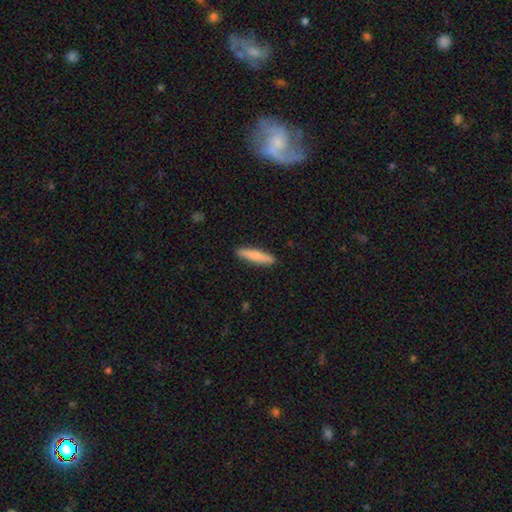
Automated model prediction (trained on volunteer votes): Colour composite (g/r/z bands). It shows a smooth galaxy with no disk features (79%) that is cigar-shaped (88%). Merging: none (90%).